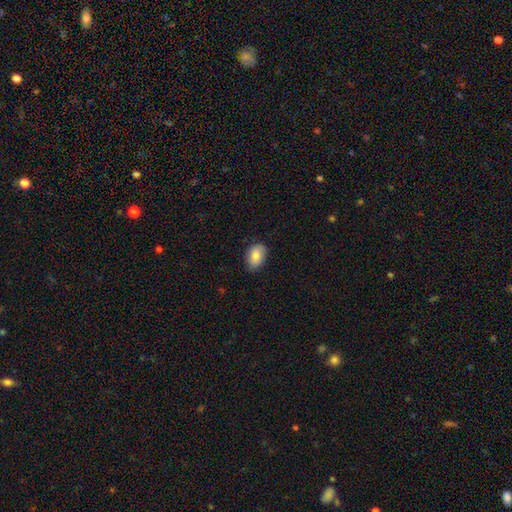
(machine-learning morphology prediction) A smooth galaxy with no disk features (83%) that is in between round and cigar-shaped (85%). Merging: none (80%).